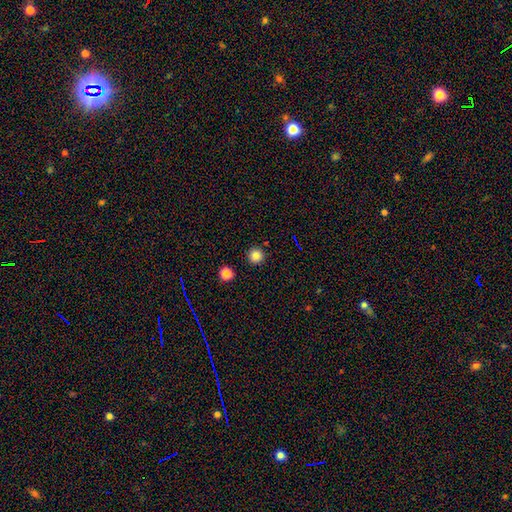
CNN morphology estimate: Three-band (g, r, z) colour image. It shows a smooth galaxy with no disk features (83%) that is round (96%). Merging: none (92%).